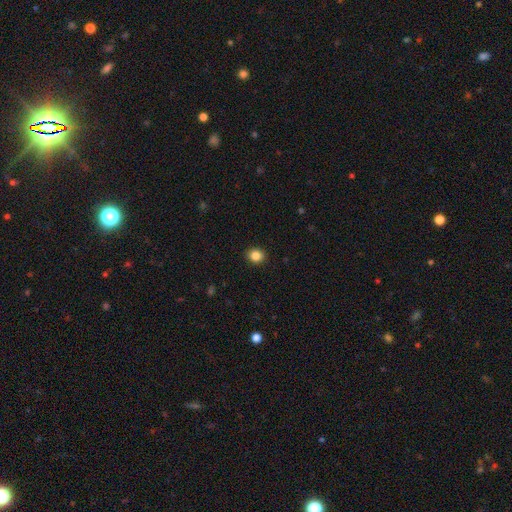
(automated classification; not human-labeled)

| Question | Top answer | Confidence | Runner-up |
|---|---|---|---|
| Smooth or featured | smooth | 85% | star or artifact (10%) |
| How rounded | round | 72% | in between (27%) |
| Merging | none | 92% | minor disturbance (6%) |